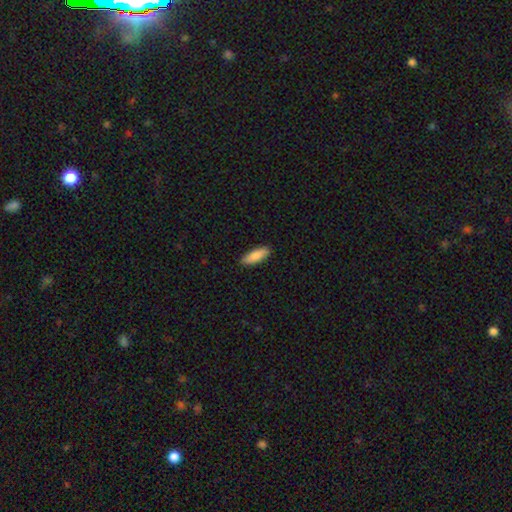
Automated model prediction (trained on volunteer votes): Overall: smooth (86%). How rounded: in between (65%; cigar-shaped 33%). Merging: none (90%).